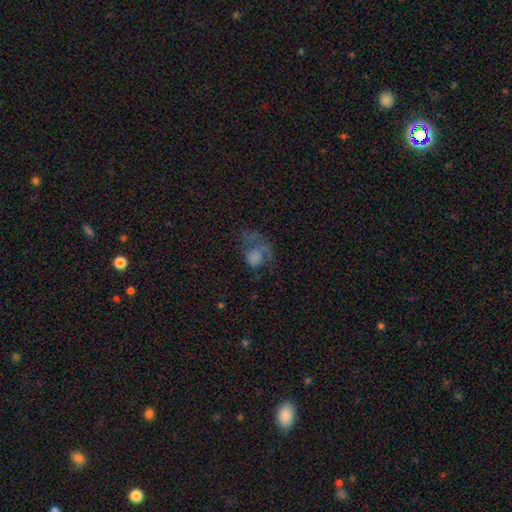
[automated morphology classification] The model was most divided on "smooth or featured": smooth: 50%, featured or disk: 37%, star or artifact: 13%. More confident: merging — major disturbance (53%).